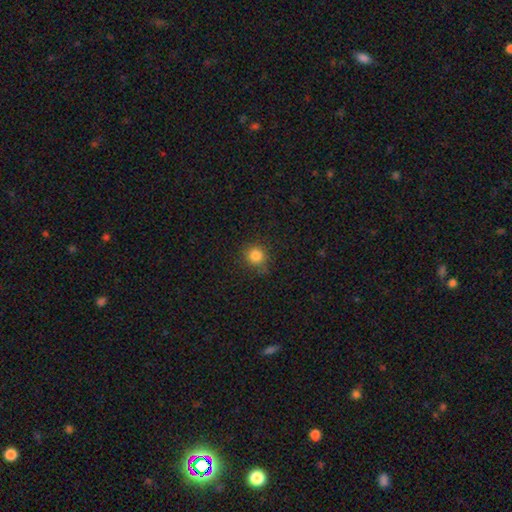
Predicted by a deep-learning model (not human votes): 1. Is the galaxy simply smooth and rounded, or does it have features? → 83% smooth, 12% star or artifact, 5% featured or disk.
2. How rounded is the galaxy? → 89% round, 10% in between, 1% cigar-shaped.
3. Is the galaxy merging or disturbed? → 83% none, 12% minor disturbance, 3% major disturbance, 1% merger.